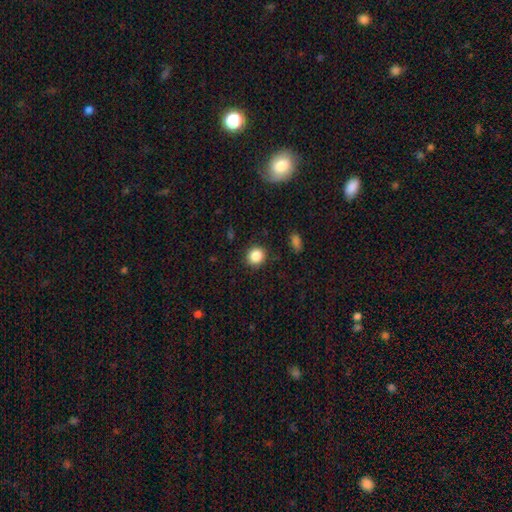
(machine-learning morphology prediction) Overall: smooth (86%). How rounded: round (86%). Merging: none (88%).